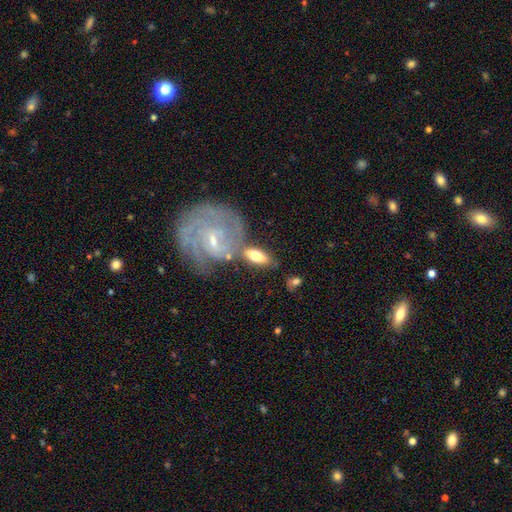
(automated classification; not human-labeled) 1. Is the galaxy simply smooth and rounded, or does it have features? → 61% smooth, 33% featured or disk, 6% star or artifact.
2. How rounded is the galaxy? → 78% in between, 17% cigar-shaped, 5% round.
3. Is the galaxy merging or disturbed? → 61% none, 17% merger, 16% minor disturbance, 6% major disturbance.